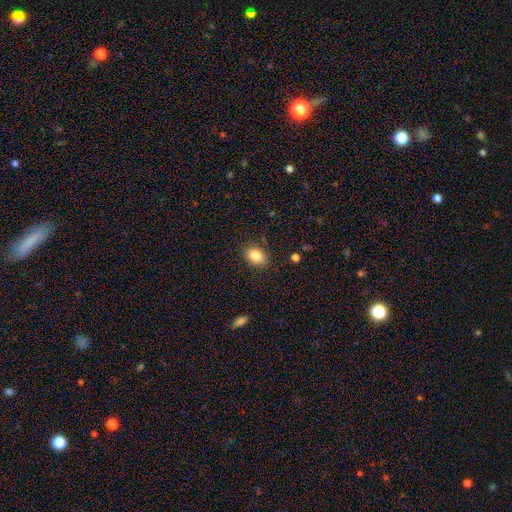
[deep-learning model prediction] Morphology: type=smooth (85%); roundness=in between (75%); merging=none (86%).